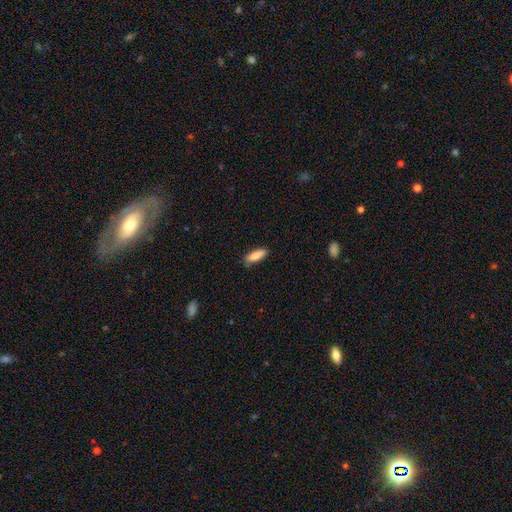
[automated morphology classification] A smooth galaxy with no disk features (85%) that is in between round and cigar-shaped (61%). Merging: none (83%).